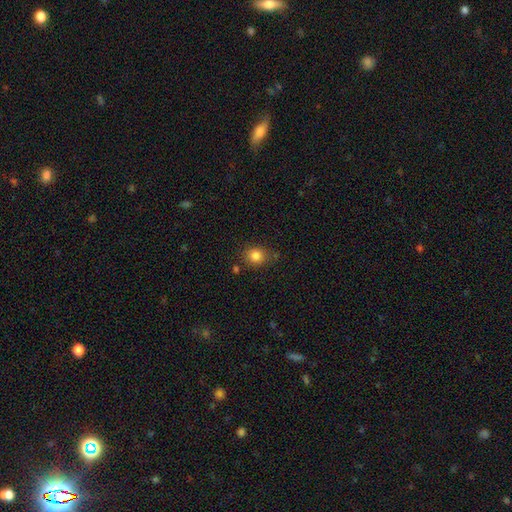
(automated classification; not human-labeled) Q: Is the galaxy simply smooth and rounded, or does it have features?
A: smooth — 84%.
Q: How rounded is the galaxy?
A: round — 72%.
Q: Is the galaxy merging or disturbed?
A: none — 76%.